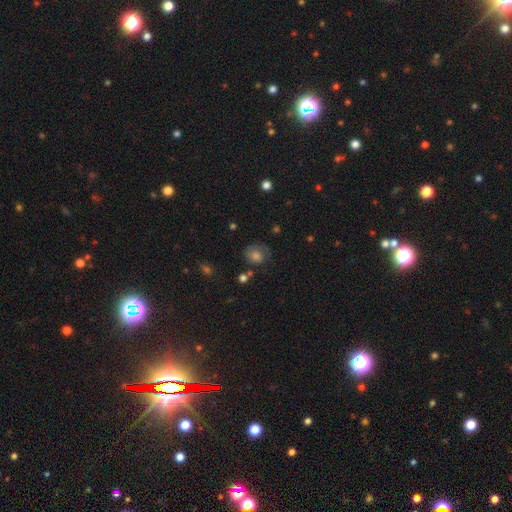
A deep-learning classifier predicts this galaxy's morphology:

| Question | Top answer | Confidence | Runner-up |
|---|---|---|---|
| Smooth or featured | smooth | 60% | featured or disk (27%) |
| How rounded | round | 69% | in between (30%) |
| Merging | none | 56% | minor disturbance (24%) |